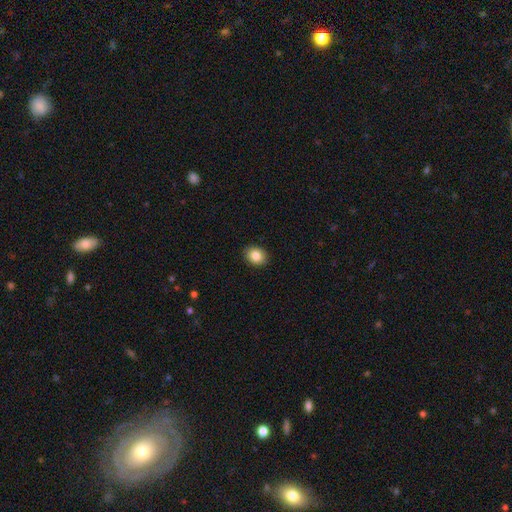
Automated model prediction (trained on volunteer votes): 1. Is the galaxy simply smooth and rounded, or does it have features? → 85% smooth, 9% star or artifact, 6% featured or disk.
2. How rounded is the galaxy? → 50% in between, 49% round, 1% cigar-shaped.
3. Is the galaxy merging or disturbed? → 91% none, 6% minor disturbance, 2% major disturbance, 1% merger.